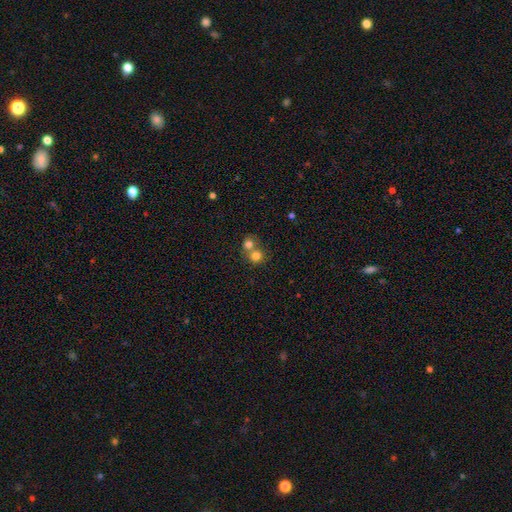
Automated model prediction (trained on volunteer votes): This appears to be a smooth galaxy with no disk features (78%) that is round (85%). Merging: merger (57%).